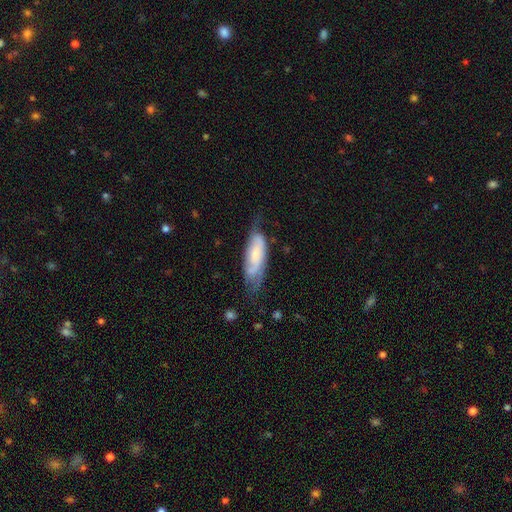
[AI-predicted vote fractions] A featured or disk galaxy (55%).

Vote fractions:
- Smooth or featured? featured or disk: 55% / smooth: 39% / star or artifact: 7%
- Edge-on disk? no: 82% / yes: 18%
- Merging? none: 52% / minor disturbance: 31% / major disturbance: 15% / merger: 2%